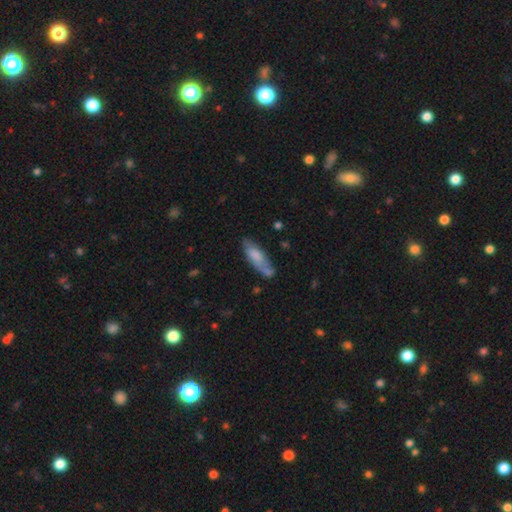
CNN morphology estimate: A smooth galaxy with no disk features (72%) that is in between round and cigar-shaped (56%). Merging: none (56%).